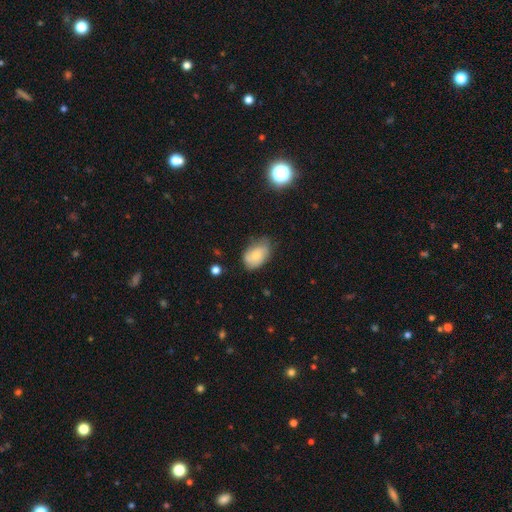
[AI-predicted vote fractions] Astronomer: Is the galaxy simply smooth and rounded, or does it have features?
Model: smooth — 69%.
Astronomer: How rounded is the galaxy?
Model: in between — 87%.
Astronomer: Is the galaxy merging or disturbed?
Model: none — 55% (runner-up: minor disturbance, 35%).